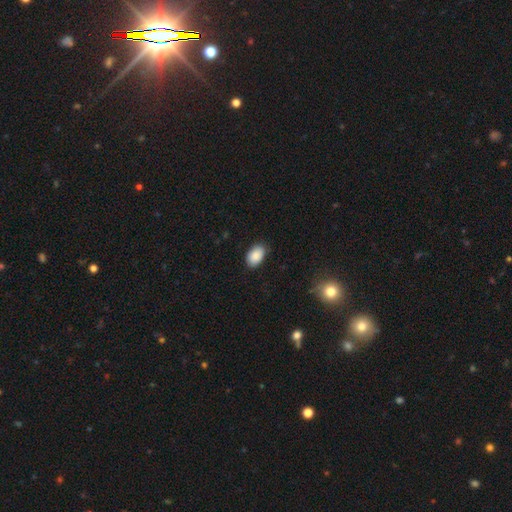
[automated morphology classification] This is clearly a smooth galaxy (89%). How rounded: clearly in between (91%). Merging: clearly none (84%).